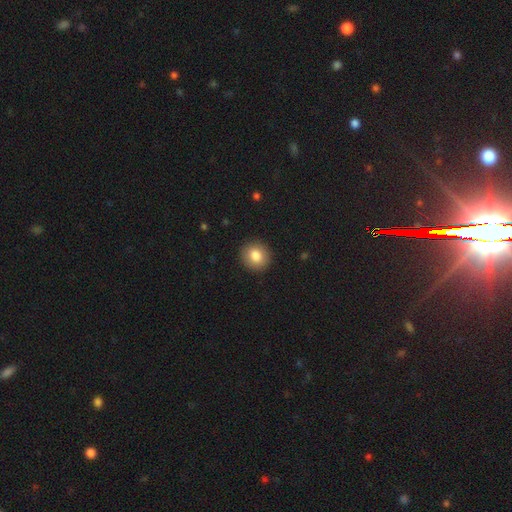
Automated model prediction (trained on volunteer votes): Q: Smooth or featured?
A: smooth (83%); runner-up: star or artifact (9%)
Q: How rounded?
A: round (89%); runner-up: in between (10%)
Q: Merging?
A: none (92%); runner-up: minor disturbance (5%)